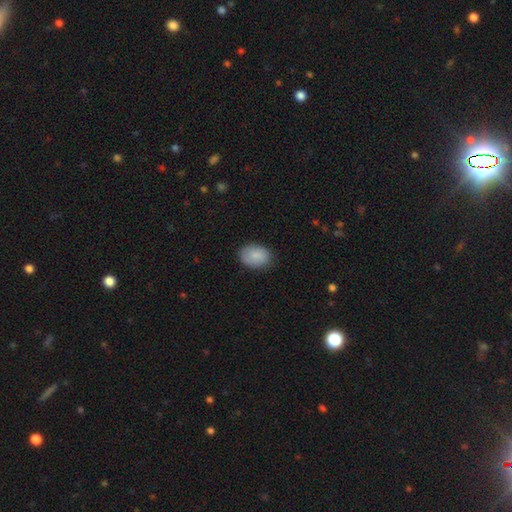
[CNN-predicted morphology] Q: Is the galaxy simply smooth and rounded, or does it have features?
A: smooth — 88%.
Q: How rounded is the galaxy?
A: in between — 75%.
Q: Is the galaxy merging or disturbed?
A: none — 84%.